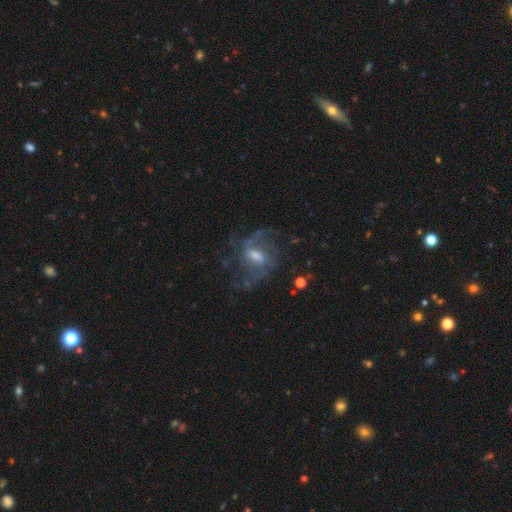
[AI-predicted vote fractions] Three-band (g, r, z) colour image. It shows a featured or disk galaxy (76%) with a weak bar (54%), 2 (57%) loose (44%) spiral arms (85%) and a moderate central bulge (50%). Merging: none (58%).